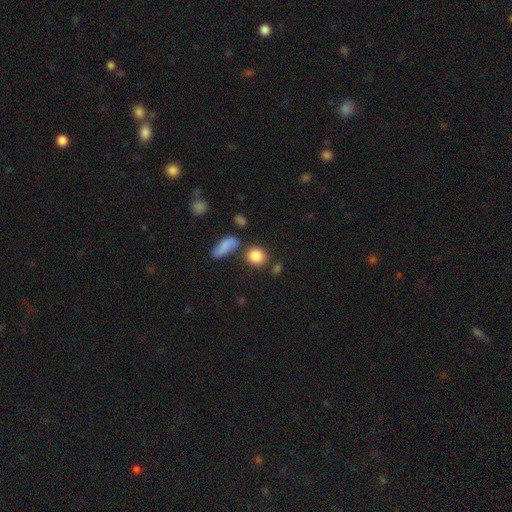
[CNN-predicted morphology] Overall: smooth (85%). How rounded: round (70%). Merging: none (71%).